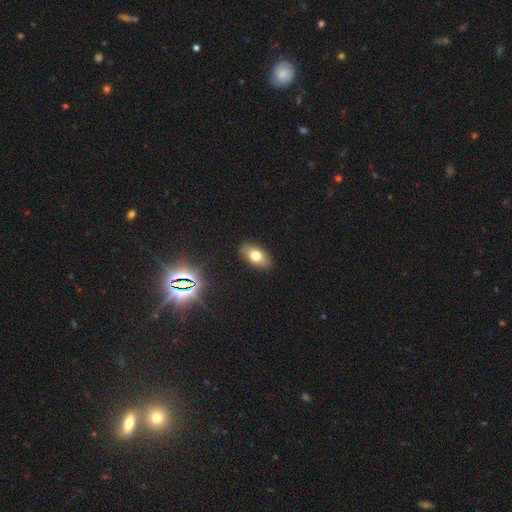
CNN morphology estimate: This appears to be a smooth galaxy with no disk features (73%) that is in between round and cigar-shaped (89%). Merging: none (88%).